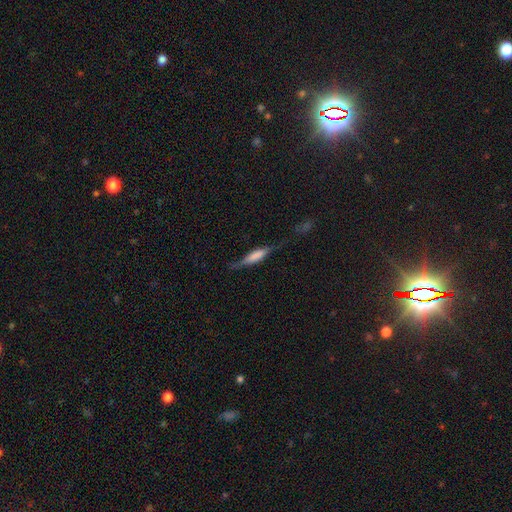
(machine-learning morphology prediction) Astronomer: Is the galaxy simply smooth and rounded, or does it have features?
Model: featured or disk — 48% (runner-up: smooth, 45%).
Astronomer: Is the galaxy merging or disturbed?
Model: none — 63%.